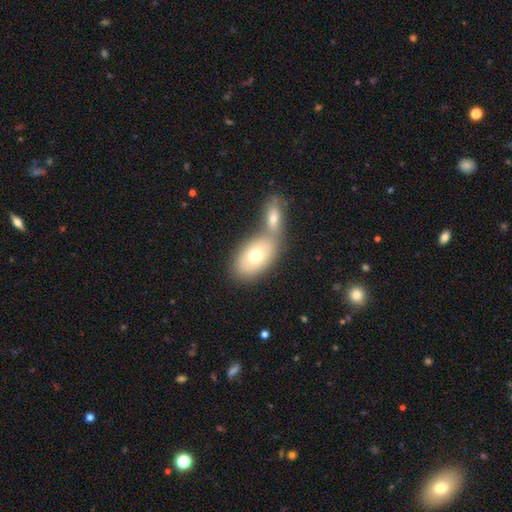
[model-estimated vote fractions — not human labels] A smooth galaxy with no disk features (66%) that is in between round and cigar-shaped (88%).

Vote fractions:
- Smooth or featured? smooth: 66% / featured or disk: 26% / star or artifact: 8%
- How rounded? in between: 88% / round: 10% / cigar-shaped: 2%
- Merging? merger: 47% / none: 41% / minor disturbance: 9% / major disturbance: 3%